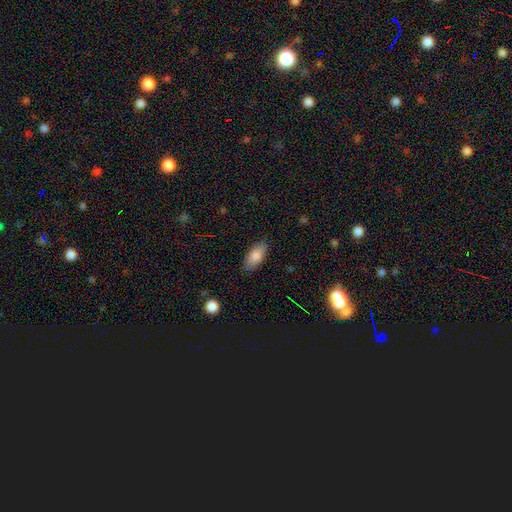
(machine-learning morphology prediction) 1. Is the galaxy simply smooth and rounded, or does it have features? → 83% smooth, 10% featured or disk, 7% star or artifact.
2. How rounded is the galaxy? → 87% in between, 10% cigar-shaped, 2% round.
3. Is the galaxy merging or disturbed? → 83% none, 13% minor disturbance, 3% major disturbance, 1% merger.